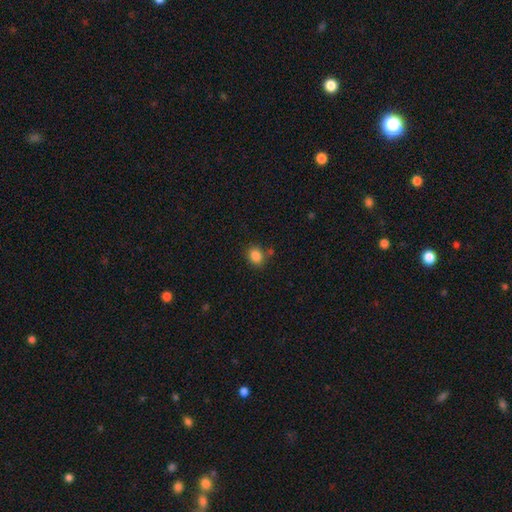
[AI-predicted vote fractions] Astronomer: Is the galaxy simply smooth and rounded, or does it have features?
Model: smooth — 85%.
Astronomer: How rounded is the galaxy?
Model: round — 61% (runner-up: in between, 38%).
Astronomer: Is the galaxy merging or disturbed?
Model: none — 76%.